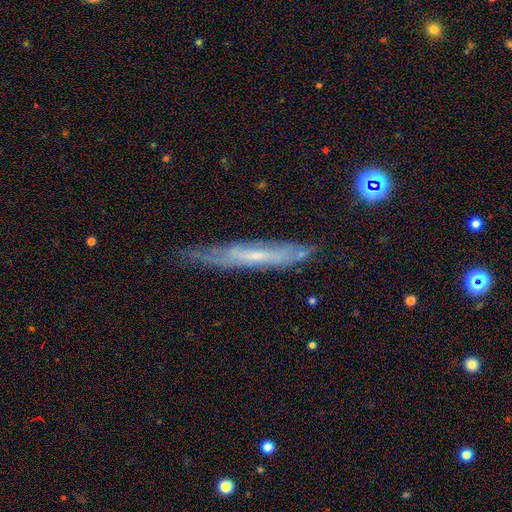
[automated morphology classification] A featured or disk galaxy (65%) viewed edge-on (71%).

Vote fractions:
- Smooth or featured? featured or disk: 65% / smooth: 26% / star or artifact: 9%
- Edge-on disk? yes: 71% / no: 29%
- Merging? none: 69% / minor disturbance: 23% / major disturbance: 6% / merger: 2%